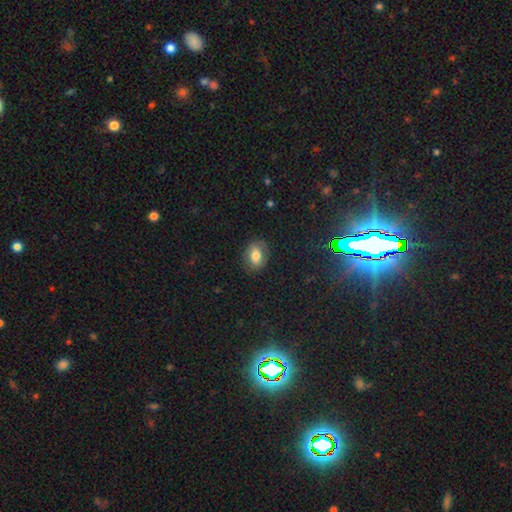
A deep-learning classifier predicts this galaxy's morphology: A smooth galaxy with no disk features (69%) that is in between round and cigar-shaped (67%). Merging: none (80%).